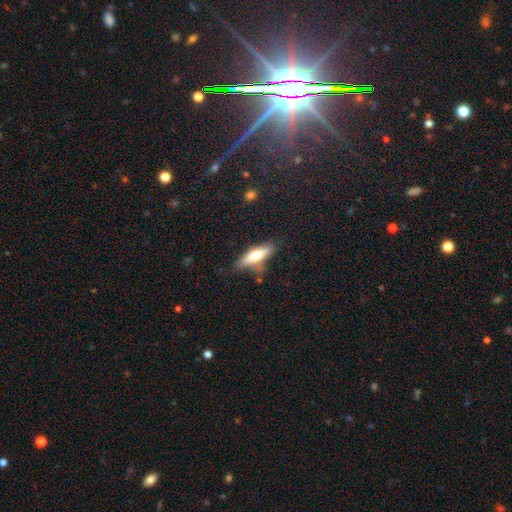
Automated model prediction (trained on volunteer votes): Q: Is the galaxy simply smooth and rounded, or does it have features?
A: smooth — 59%.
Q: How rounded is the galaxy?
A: cigar-shaped — 56%.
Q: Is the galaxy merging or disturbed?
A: none — 69%.